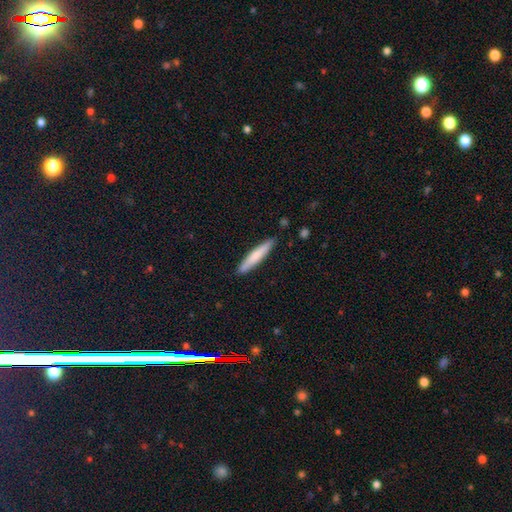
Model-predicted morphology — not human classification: Smooth or featured? Predicted: smooth (p=0.73). How rounded? Predicted: cigar-shaped (p=0.92). Merging? Predicted: none (p=0.88).